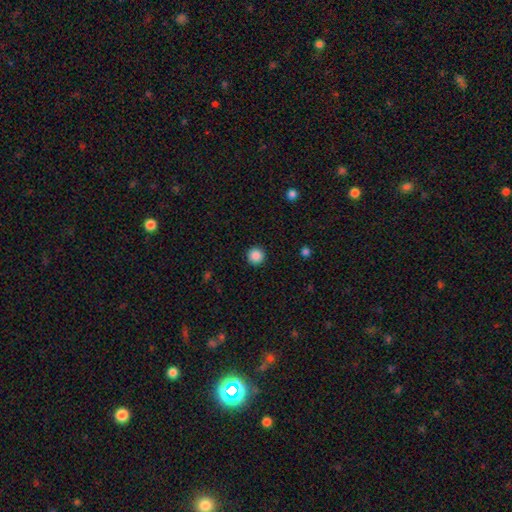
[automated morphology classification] A smooth galaxy with no disk features (87%) that is round (96%).

Vote fractions:
- Smooth or featured? smooth: 87% / star or artifact: 10% / featured or disk: 3%
- How rounded? round: 96% / in between: 3% / cigar-shaped: 1%
- Merging? none: 93% / minor disturbance: 4% / major disturbance: 2% / merger: 1%